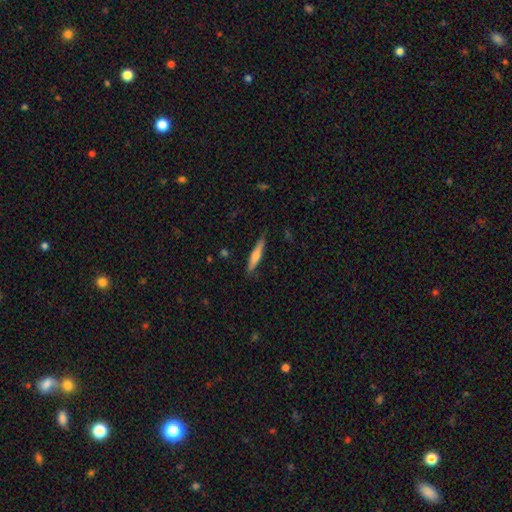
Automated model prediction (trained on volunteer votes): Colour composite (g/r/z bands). It shows a smooth galaxy with no disk features (55%) that is cigar-shaped (90%). Merging: none (85%).